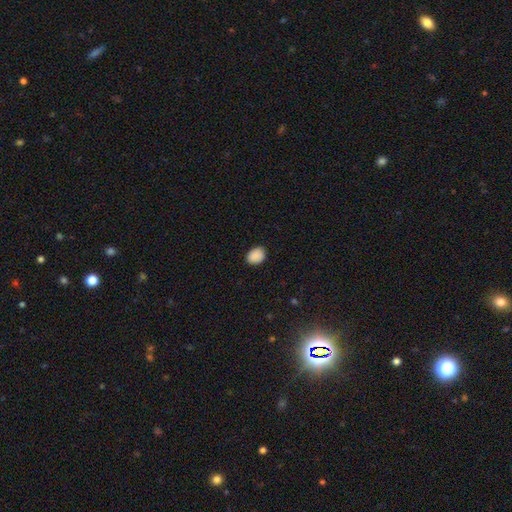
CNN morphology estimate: Smooth or featured? smooth (89%)
How rounded? in between (62%)
Merging? none (88%)